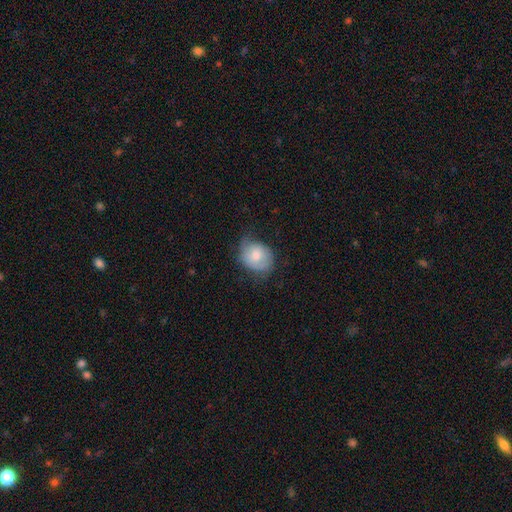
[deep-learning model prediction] Smooth or featured: smooth — 66% (featured or disk — 27%)
How rounded: round — 52% (in between — 48%)
Merging: none — 46% (minor disturbance — 37%)